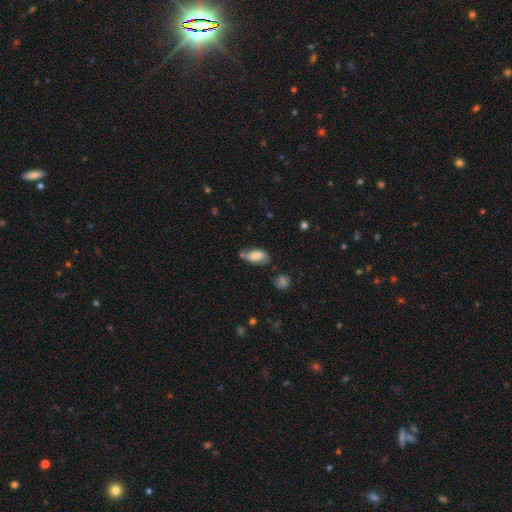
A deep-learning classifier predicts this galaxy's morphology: type=smooth (67%); roundness=in between (87%); merging=none (47%).